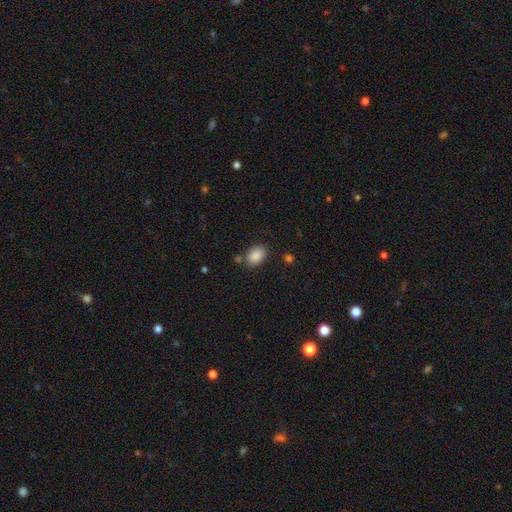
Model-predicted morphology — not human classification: This is clearly a smooth galaxy (88%). How rounded: clearly in between (83%). Merging: likely none (76%).